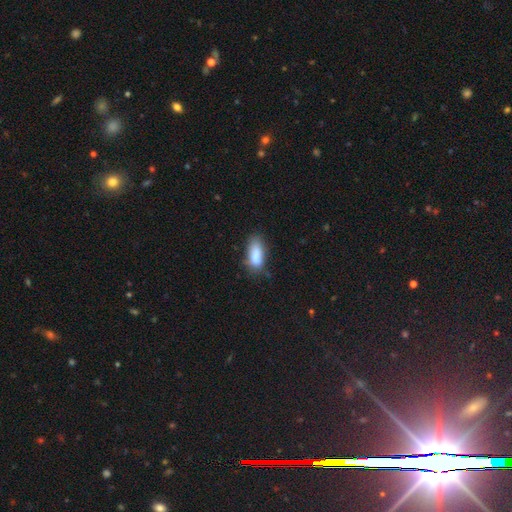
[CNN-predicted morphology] smooth_or_featured: smooth (p=0.83) [alt: featured or disk p=0.09]
how_rounded: in between (p=0.80) [alt: cigar-shaped p=0.18]
merging: none (p=0.59) [alt: minor disturbance p=0.29]